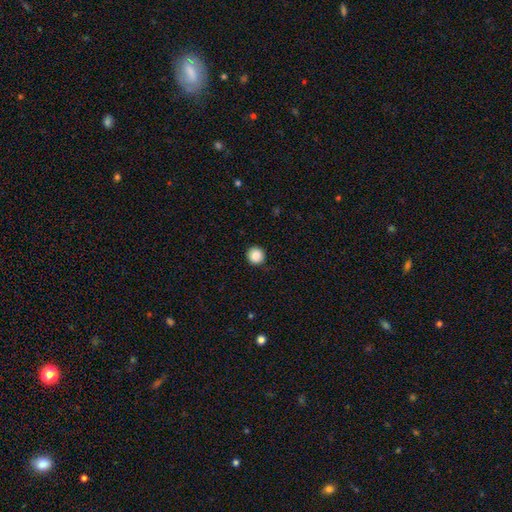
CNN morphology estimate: Smooth or featured: smooth — 88% (star or artifact — 9%)
How rounded: round — 95% (in between — 4%)
Merging: none — 91% (minor disturbance — 7%)